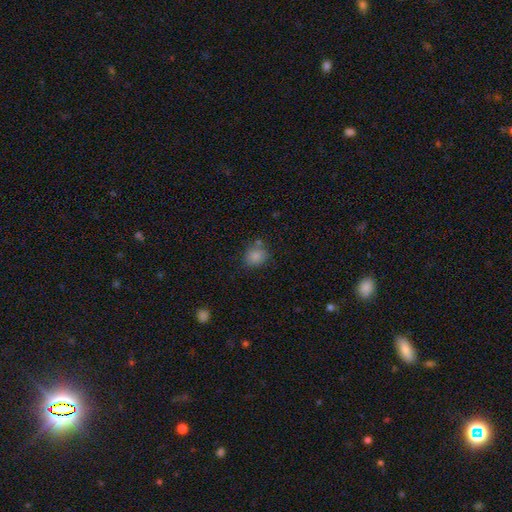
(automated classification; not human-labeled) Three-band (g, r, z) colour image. It shows a smooth galaxy with no disk features (84%) that is round (68%). Merging: none (72%).